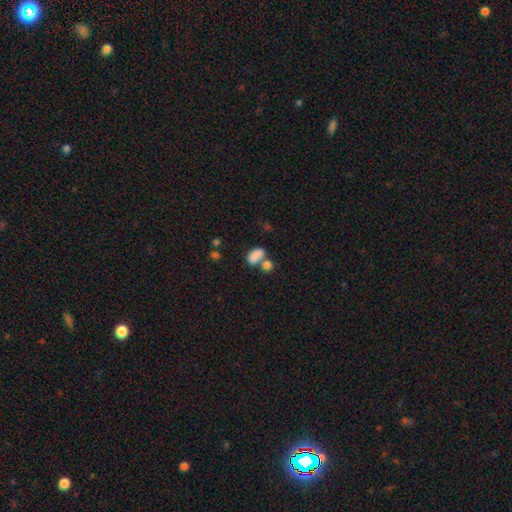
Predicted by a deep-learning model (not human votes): smooth_or_featured: smooth (p=0.82) [alt: star or artifact p=0.10]
how_rounded: in between (p=0.87) [alt: round p=0.12]
merging: merger (p=0.49) [alt: none p=0.33]